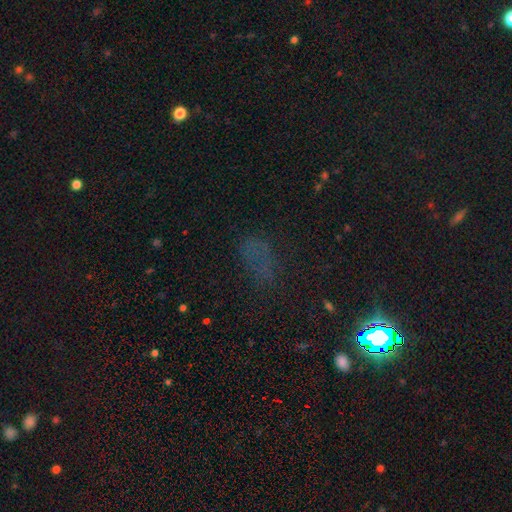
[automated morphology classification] smooth_or_featured: star or artifact (p=0.49) [alt: smooth p=0.37]